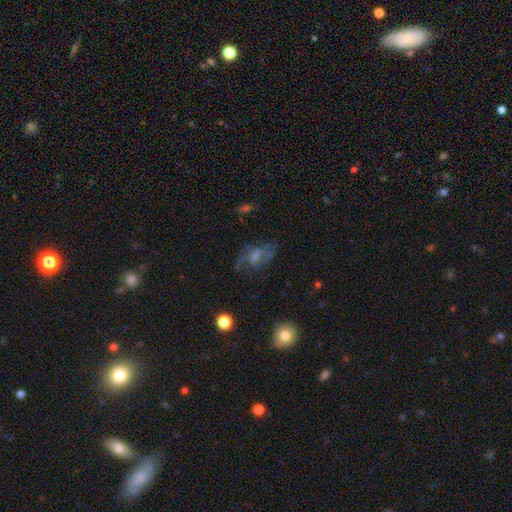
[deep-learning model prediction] featured or disk 59%, smooth 24%, star or artifact 17%. Down the decision tree: edge-on disk — no (94%); bar — no (49%); spiral arms — yes (67%); bulge size — moderate (42%); merging — none (58%).